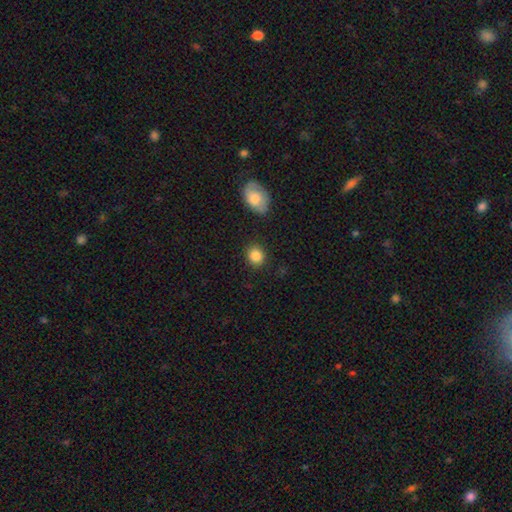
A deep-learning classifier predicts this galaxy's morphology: Q: Smooth or featured?
A: smooth (86%); runner-up: star or artifact (9%)
Q: How rounded?
A: round (69%); runner-up: in between (30%)
Q: Merging?
A: none (86%); runner-up: minor disturbance (9%)